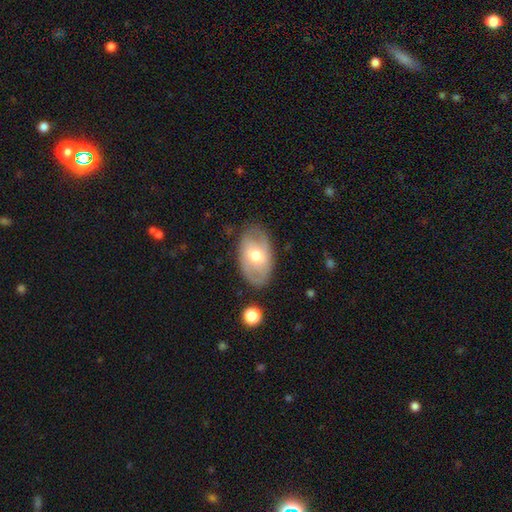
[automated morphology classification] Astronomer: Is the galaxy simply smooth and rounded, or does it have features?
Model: featured or disk — 48% (runner-up: smooth, 46%).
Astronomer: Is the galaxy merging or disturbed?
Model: none — 76%.